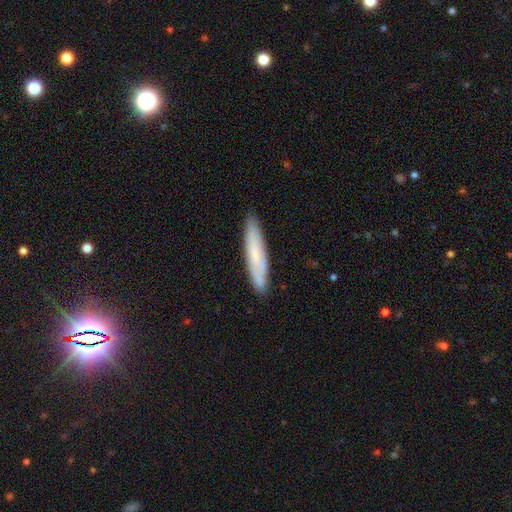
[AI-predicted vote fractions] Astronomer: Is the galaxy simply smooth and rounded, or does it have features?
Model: smooth — 61%.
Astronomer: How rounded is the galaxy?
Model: cigar-shaped — 87%.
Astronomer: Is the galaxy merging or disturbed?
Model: none — 84%.